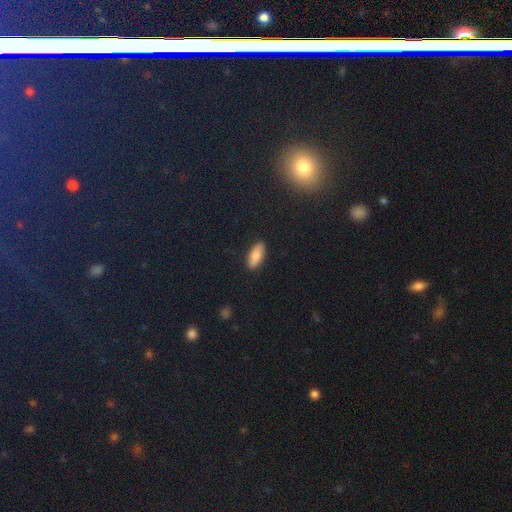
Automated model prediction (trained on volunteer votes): smooth 84%, featured or disk 8%, star or artifact 8%. Down the decision tree: how rounded — in between (81%); merging — none (88%).